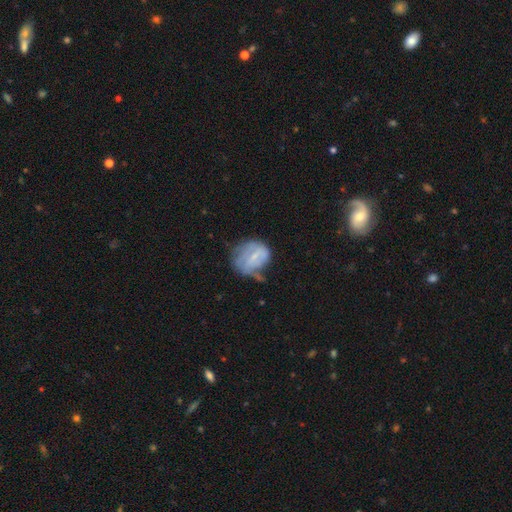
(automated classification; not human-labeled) Smooth or featured: smooth — 46% (featured or disk — 45%)
Merging: major disturbance — 32% (tied with minor disturbance — 32%)